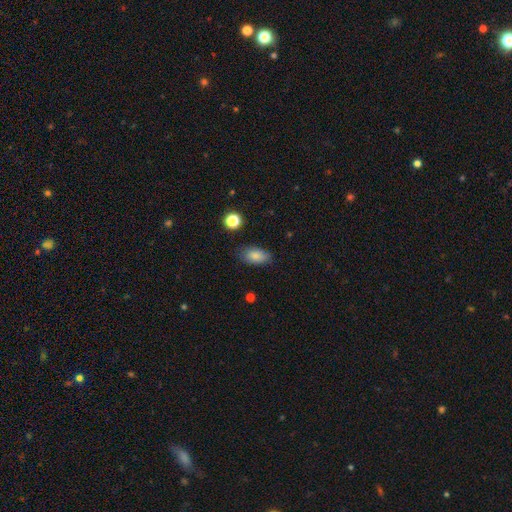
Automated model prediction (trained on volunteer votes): Q: Smooth or featured?
A: smooth (84%); runner-up: star or artifact (9%)
Q: How rounded?
A: in between (91%); runner-up: round (6%)
Q: Merging?
A: none (81%); runner-up: minor disturbance (14%)